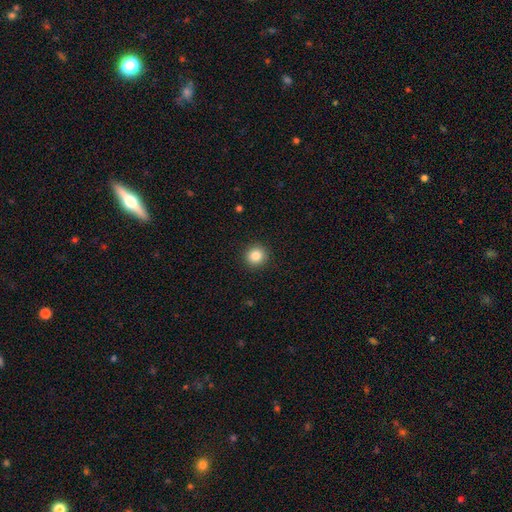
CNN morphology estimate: This is clearly a smooth galaxy (85%). How rounded: clearly round (94%). Merging: clearly none (92%).